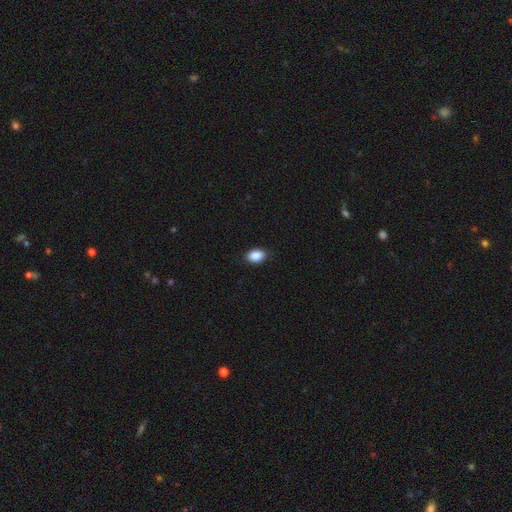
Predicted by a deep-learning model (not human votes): This is clearly a smooth galaxy (89%). How rounded: clearly in between (84%). Merging: clearly none (87%).